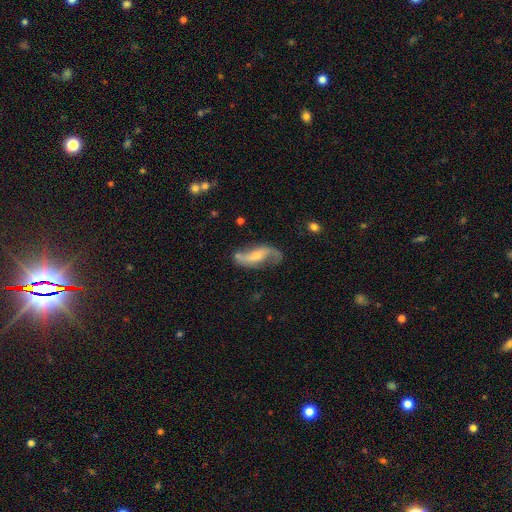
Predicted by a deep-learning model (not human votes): Smooth or featured? Predicted: featured or disk (p=0.81). Edge-on disk? Predicted: no (p=0.91). Bar? Predicted: no (p=0.40). Spiral arms? Predicted: yes (p=0.94). Spiral winding? Predicted: loose (p=0.79). Spiral arm count? Predicted: 2 (p=0.90). Bulge size? Predicted: moderate (p=0.44). Merging? Predicted: none (p=0.65).